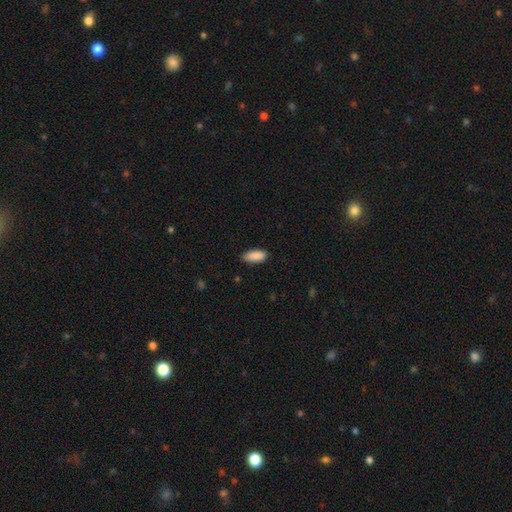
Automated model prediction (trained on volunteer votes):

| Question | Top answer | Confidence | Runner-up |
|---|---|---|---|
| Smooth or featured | smooth | 89% | star or artifact (7%) |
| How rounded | in between | 82% | cigar-shaped (17%) |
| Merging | none | 79% | minor disturbance (17%) |